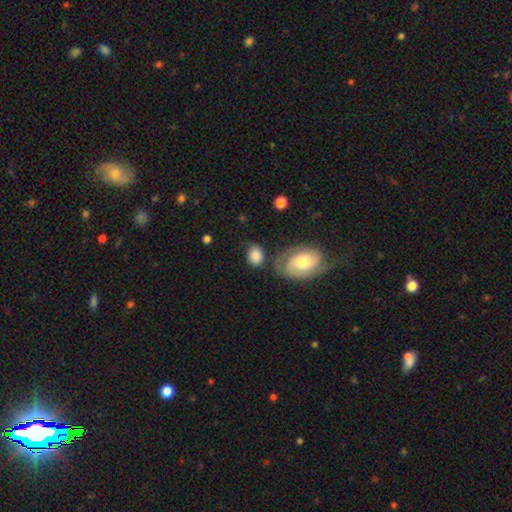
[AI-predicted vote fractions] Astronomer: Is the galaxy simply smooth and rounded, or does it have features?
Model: smooth — 78%.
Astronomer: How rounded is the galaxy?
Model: in between — 67%.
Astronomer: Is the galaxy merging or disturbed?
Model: none — 59%.